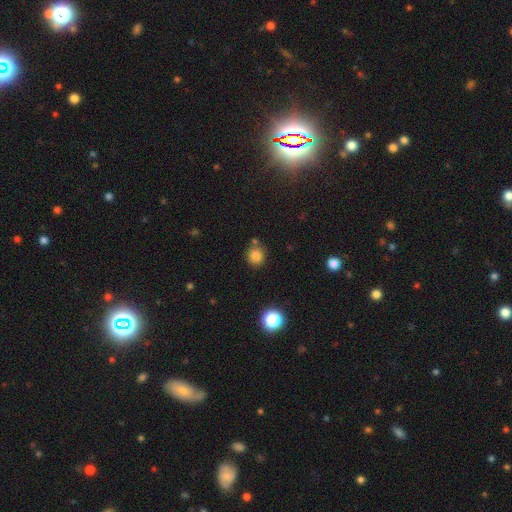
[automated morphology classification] Smooth or featured?
  - smooth: 82% *
  - star or artifact: 13%
  - featured or disk: 5%
How rounded?
  - round: 86% *
  - in between: 13%
  - cigar-shaped: 1%
Merging?
  - none: 75% *
  - minor disturbance: 11%
  - merger: 10%
  - major disturbance: 3%